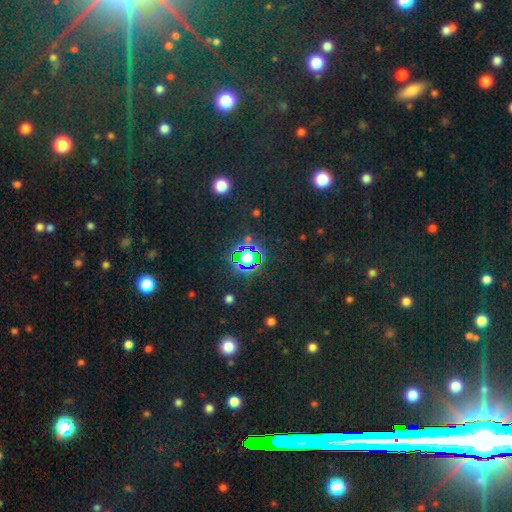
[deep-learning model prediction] star or artifact 74%, smooth 17%, featured or disk 8%.